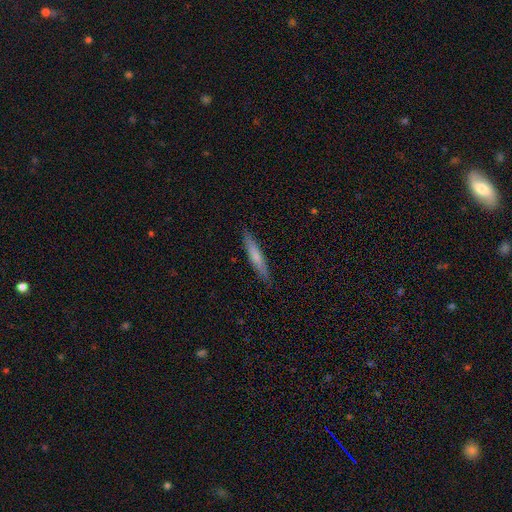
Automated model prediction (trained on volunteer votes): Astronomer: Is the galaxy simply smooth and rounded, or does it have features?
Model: smooth — 64%.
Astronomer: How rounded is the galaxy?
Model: cigar-shaped — 92%.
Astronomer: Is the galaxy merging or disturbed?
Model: none — 88%.